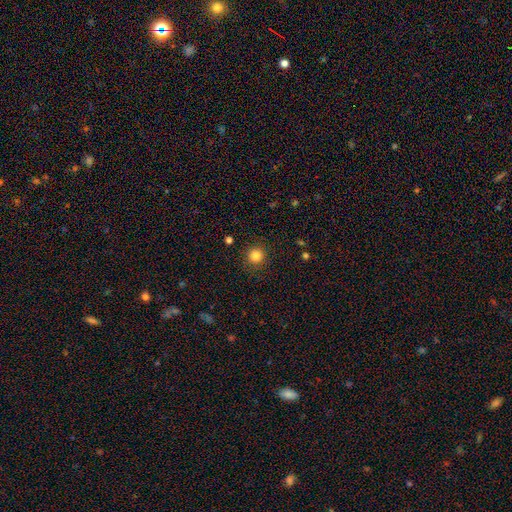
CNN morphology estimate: Q: Smooth or featured?
A: smooth (84%); runner-up: star or artifact (12%)
Q: How rounded?
A: round (94%); runner-up: in between (5%)
Q: Merging?
A: none (89%); runner-up: minor disturbance (7%)